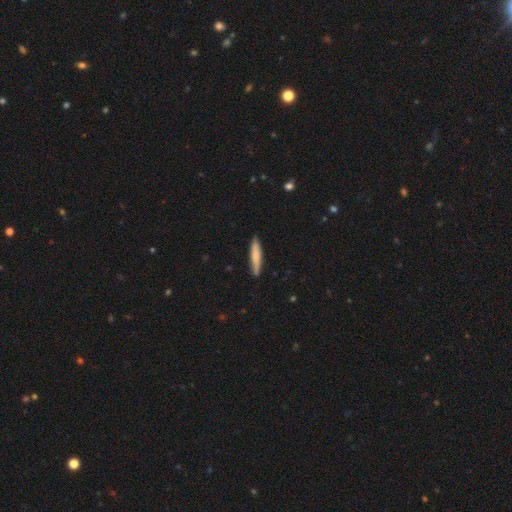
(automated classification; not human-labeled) This appears to be a smooth galaxy with no disk features (74%) that is cigar-shaped (91%). Merging: none (86%).